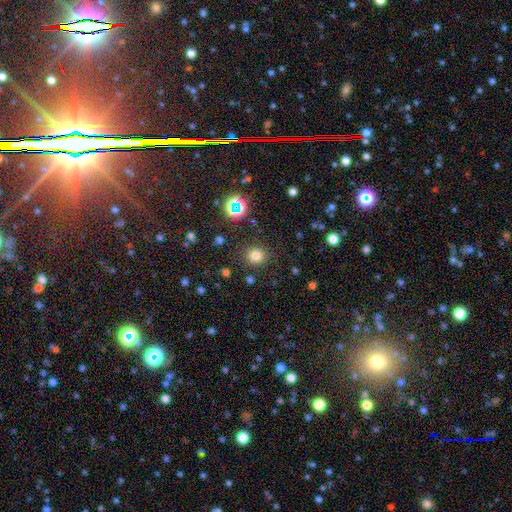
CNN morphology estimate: Overall: smooth (76%). How rounded: round (84%). Merging: none (86%).